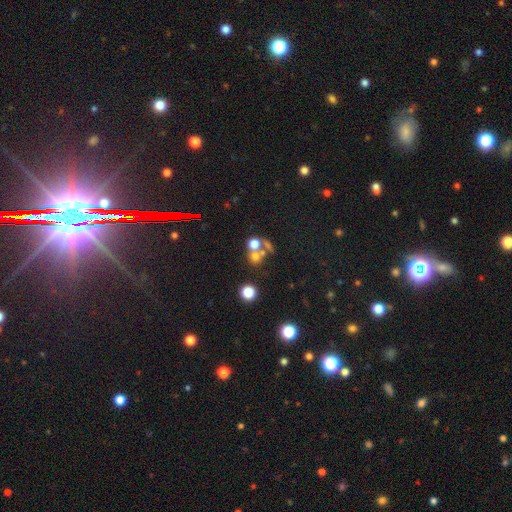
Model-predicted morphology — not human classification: A smooth galaxy with no disk features (61%) that is round (81%).

Vote fractions:
- Smooth or featured? smooth: 61% / star or artifact: 21% / featured or disk: 17%
- How rounded? round: 81% / in between: 17% / cigar-shaped: 1%
- Merging? merger: 47% / none: 40% / minor disturbance: 7% / major disturbance: 6%